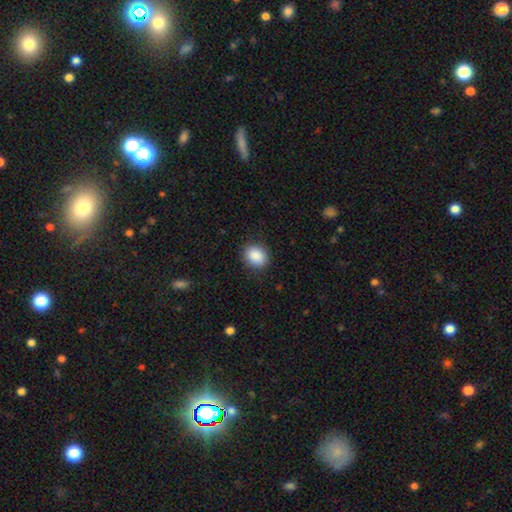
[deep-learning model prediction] Morphology: type=smooth (89%); roundness=in between (51%); merging=none (87%).